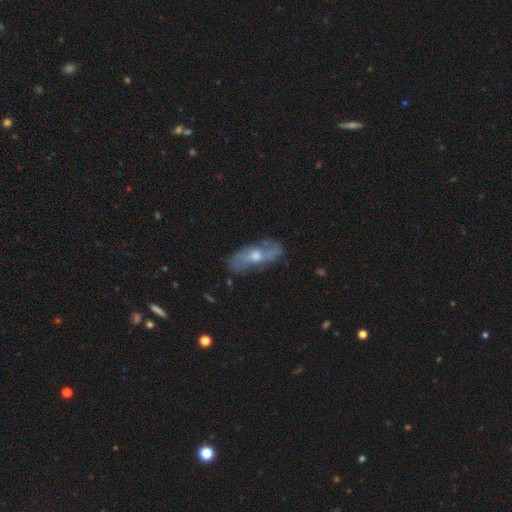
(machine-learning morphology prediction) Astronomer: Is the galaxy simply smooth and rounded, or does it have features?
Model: featured or disk — 66%.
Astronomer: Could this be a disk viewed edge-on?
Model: no — 78%.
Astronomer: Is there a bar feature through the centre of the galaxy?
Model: no — 68%.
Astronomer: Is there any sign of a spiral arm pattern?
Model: yes — 70%.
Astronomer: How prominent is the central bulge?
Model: moderate — 64%.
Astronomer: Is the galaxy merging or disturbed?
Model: none — 69%.